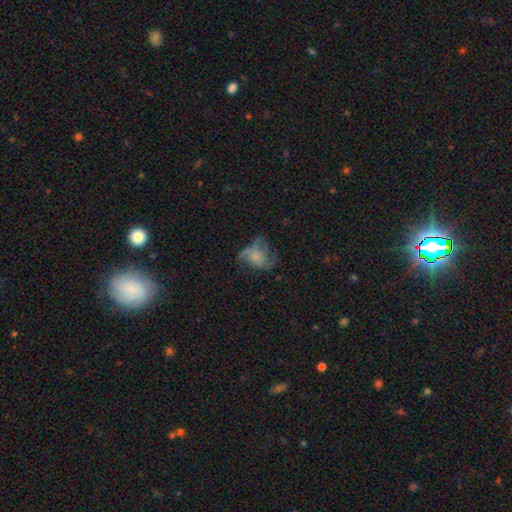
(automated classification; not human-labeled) The model was most divided on "merging": major disturbance: 37%, none: 35%, minor disturbance: 25%, merger: 4%. More confident: edge-on disk — no (97%); smooth or featured — featured or disk (50%).